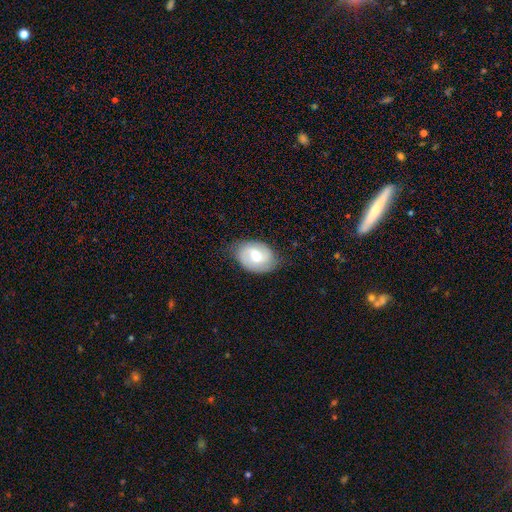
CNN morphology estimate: A featured or disk galaxy (61%) with a weak bar (56%), 2 (83%) medium (45%) spiral arms (86%) and a moderate central bulge (65%).

Vote fractions:
- Smooth or featured? featured or disk: 61% / smooth: 33% / star or artifact: 6%
- Edge-on disk? no: 97% / yes: 3%
- Bar? weak: 56% / no: 29% / strong: 15%
- Spiral arms? yes: 86% / no: 14%
- Spiral winding? medium: 45% / tight: 32% / loose: 22%
- Spiral arm count? 2: 83% / can't tell: 10% / 1: 3% / 3: 1% / 4: 1% / more than 4: 1%
- Bulge size? moderate: 65% / small: 18% / large: 14% / none: 2% / dominant: 1%
- Merging? none: 75% / minor disturbance: 19% / major disturbance: 5% / merger: 1%